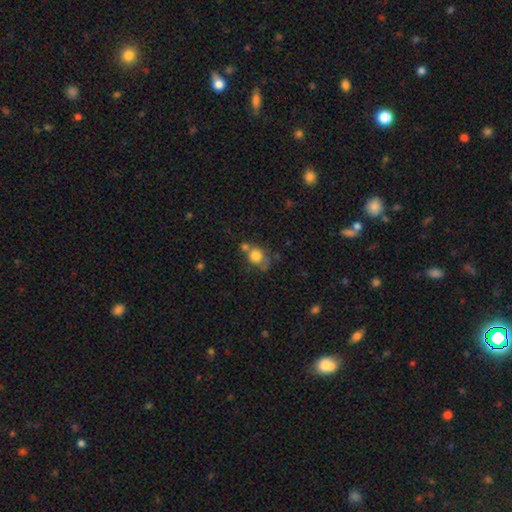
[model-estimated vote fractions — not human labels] smooth 78%, featured or disk 11%, star or artifact 11%. Down the decision tree: how rounded — round (77%); merging — none (45%).